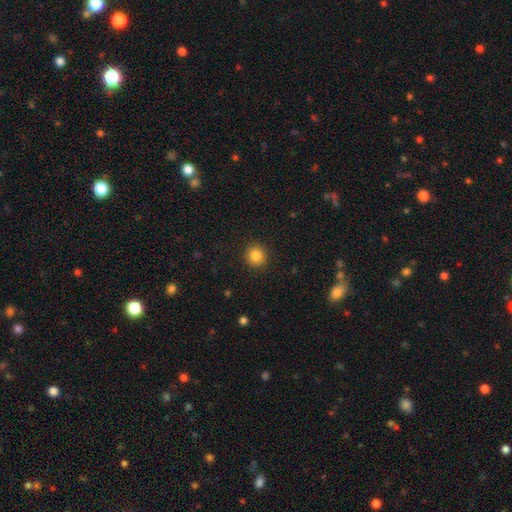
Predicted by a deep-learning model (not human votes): Smooth or featured: smooth — 84% (star or artifact — 11%)
How rounded: round — 94% (in between — 6%)
Merging: none — 92% (minor disturbance — 5%)